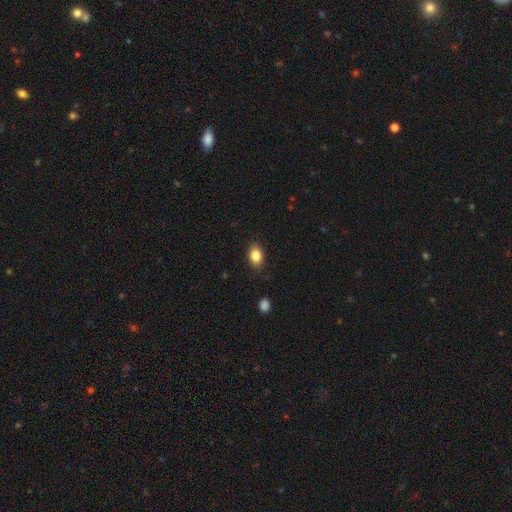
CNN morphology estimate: smooth-or-featured: smooth: 85% | star or artifact: 9% | featured or disk: 7%
  how-rounded: in between: 79% | round: 19% | cigar-shaped: 1%
  merging: none: 87% | minor disturbance: 9% | major disturbance: 2% | merger: 1%